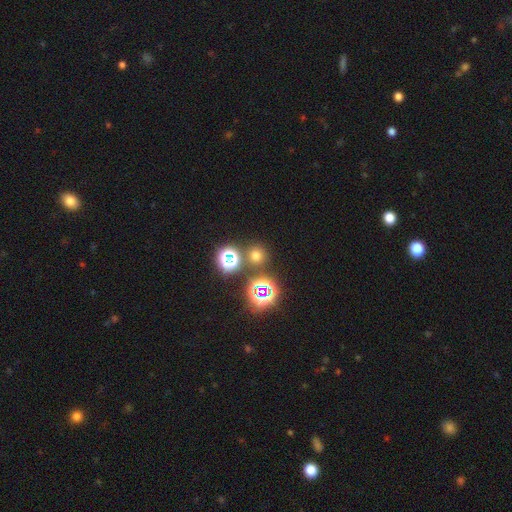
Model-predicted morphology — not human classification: smooth 57%, star or artifact 37%, featured or disk 7%. Down the decision tree: how rounded — round (91%); merging — none (80%).